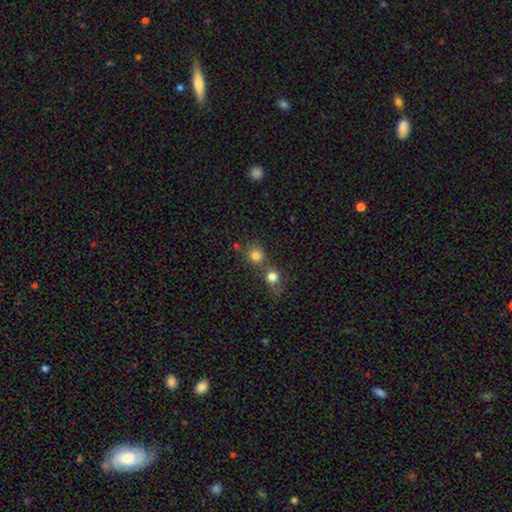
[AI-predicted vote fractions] smooth-or-featured: smooth: 79% | star or artifact: 13% | featured or disk: 8%
  how-rounded: round: 88% | in between: 11% | cigar-shaped: 1%
  merging: none: 49% | merger: 40% | minor disturbance: 7% | major disturbance: 4%